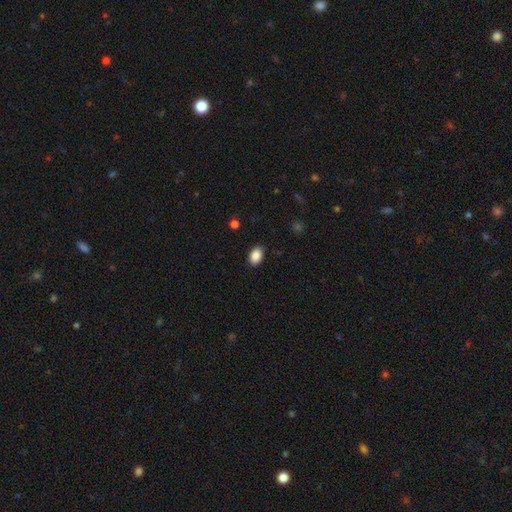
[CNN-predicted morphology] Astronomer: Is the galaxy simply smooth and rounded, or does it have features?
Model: smooth — 89%.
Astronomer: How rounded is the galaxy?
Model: in between — 85%.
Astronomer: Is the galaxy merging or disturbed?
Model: none — 88%.